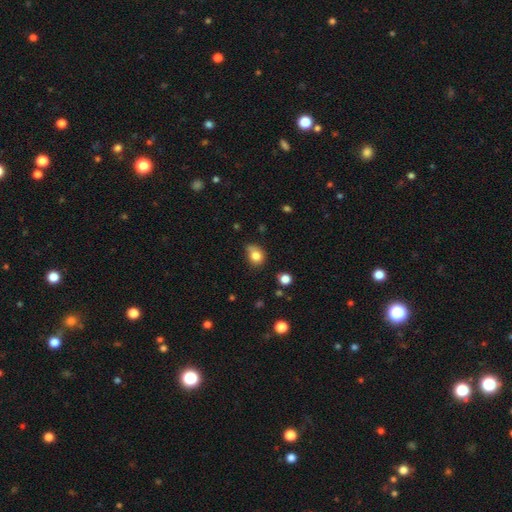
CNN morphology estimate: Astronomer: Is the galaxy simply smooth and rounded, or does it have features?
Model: smooth — 81%.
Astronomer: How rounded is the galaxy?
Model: round — 51% (runner-up: in between, 48%).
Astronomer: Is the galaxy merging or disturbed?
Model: none — 51% (runner-up: minor disturbance, 35%).